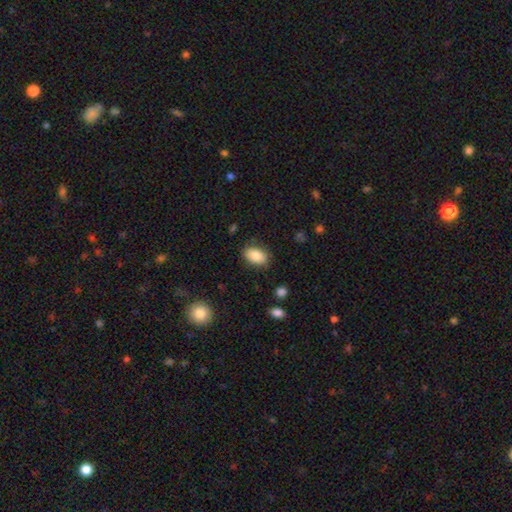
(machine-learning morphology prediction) smooth_or_featured: smooth (p=0.83) [alt: featured or disk p=0.09]
how_rounded: in between (p=0.85) [alt: round p=0.13]
merging: none (p=0.83) [alt: minor disturbance p=0.13]